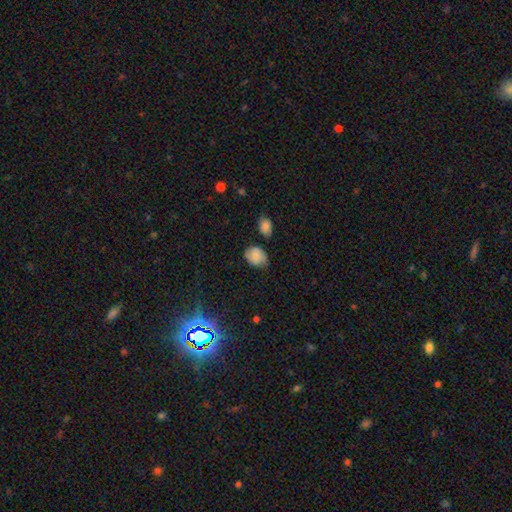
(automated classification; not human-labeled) A smooth galaxy with no disk features (69%) that is in between round and cigar-shaped (61%).

Vote fractions:
- Smooth or featured? smooth: 69% / featured or disk: 21% / star or artifact: 10%
- How rounded? in between: 61% / round: 38% / cigar-shaped: 1%
- Merging? none: 66% / minor disturbance: 24% / major disturbance: 5% / merger: 5%